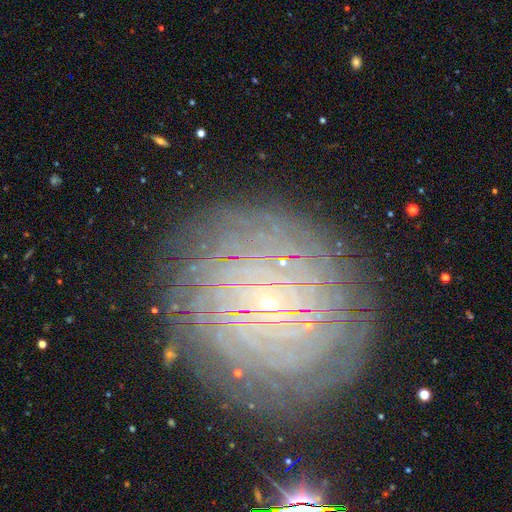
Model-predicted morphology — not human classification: Smooth or featured?
  - featured or disk: 77% *
  - smooth: 12%
  - star or artifact: 11%
Edge-on disk?
  - no: 97% *
  - yes: 3%
Bar?
  - no: 69% *
  - weak: 22%
  - strong: 9%
Spiral arms?
  - yes: 95% *
  - no: 5%
Spiral winding?
  - tight: 89% *
  - medium: 8%
  - loose: 2%
Spiral arm count?
  - more than 4: 31% *
  - can't tell: 29%
  - 4: 14%
  - 3: 9%
  - 2: 9%
  - 1: 8%
Bulge size?
  - small: 89% *
  - moderate: 7%
  - none: 2%
  - large: 1%
  - dominant: 1%
Merging?
  - none: 85% *
  - minor disturbance: 10%
  - major disturbance: 3%
  - merger: 2%